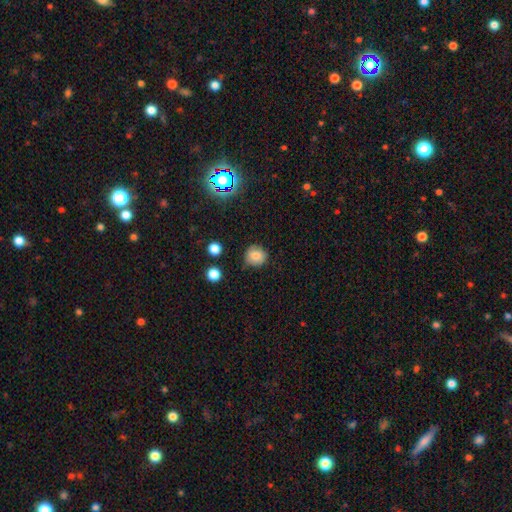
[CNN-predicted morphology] smooth_or_featured: smooth (p=0.79) [alt: star or artifact p=0.12]
how_rounded: round (p=0.89) [alt: in between p=0.10]
merging: none (p=0.81) [alt: minor disturbance p=0.14]